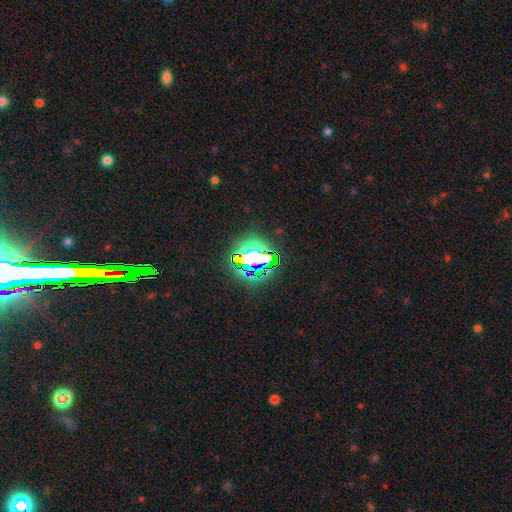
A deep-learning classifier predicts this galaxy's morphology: A star or artifact, not a galaxy (71%).